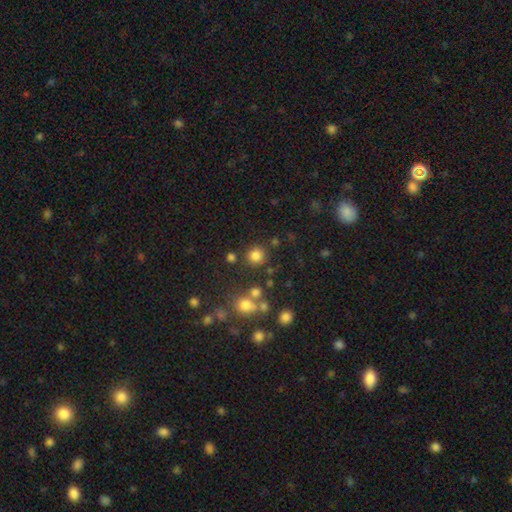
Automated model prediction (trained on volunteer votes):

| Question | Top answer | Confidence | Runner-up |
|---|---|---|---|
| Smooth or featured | smooth | 79% | star or artifact (15%) |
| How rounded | round | 89% | in between (10%) |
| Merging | none | 82% | minor disturbance (8%) |